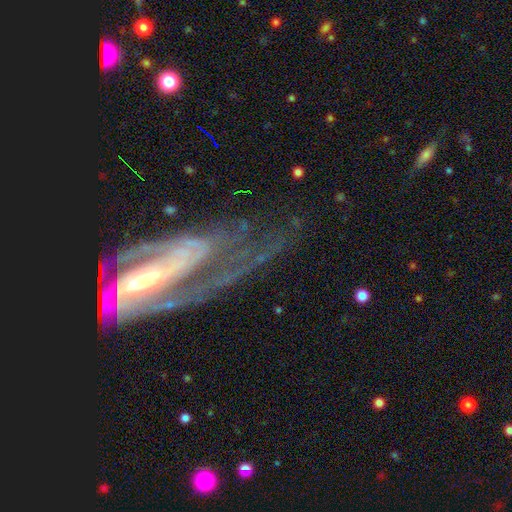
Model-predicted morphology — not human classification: Smooth or featured? featured or disk (88%)
Edge-on disk? no (93%)
Bar? strong (41%)
Spiral arms? yes (96%)
Spiral winding? medium (45%)
Spiral arm count? 2 (55%)
Bulge size? small (40%)
Merging? none (49%)